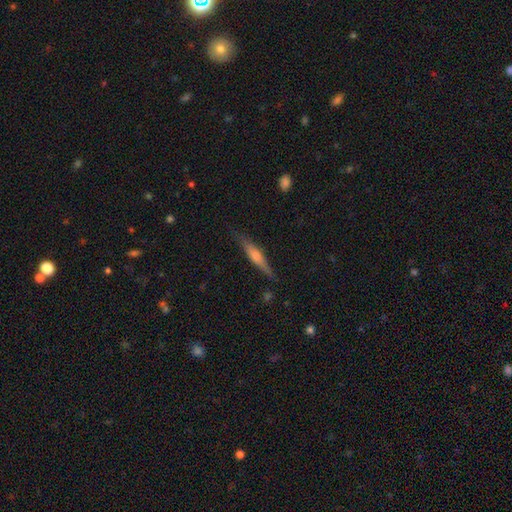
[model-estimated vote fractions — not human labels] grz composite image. It shows a featured or disk galaxy (47%). Merging: none (83%).